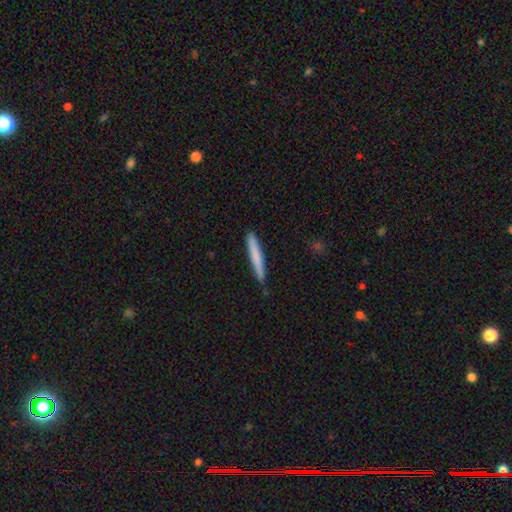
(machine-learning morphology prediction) Overall: smooth (75%). How rounded: cigar-shaped (96%). Merging: none (88%).